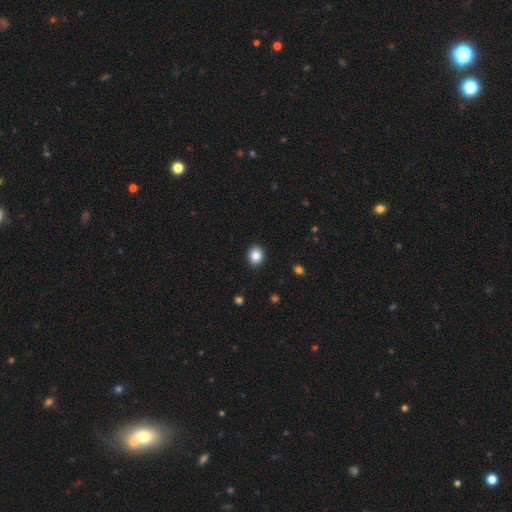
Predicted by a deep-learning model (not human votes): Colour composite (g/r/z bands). It shows a smooth galaxy with no disk features (86%) that is round (67%). Merging: none (91%).